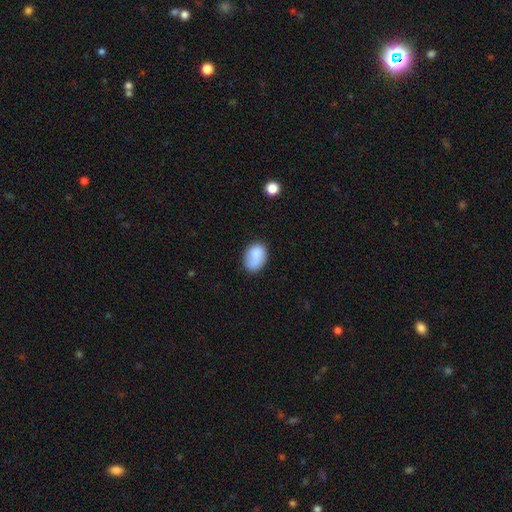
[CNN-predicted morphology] This is clearly a smooth galaxy (86%). How rounded: likely in between (79%). Merging: likely none (74%).